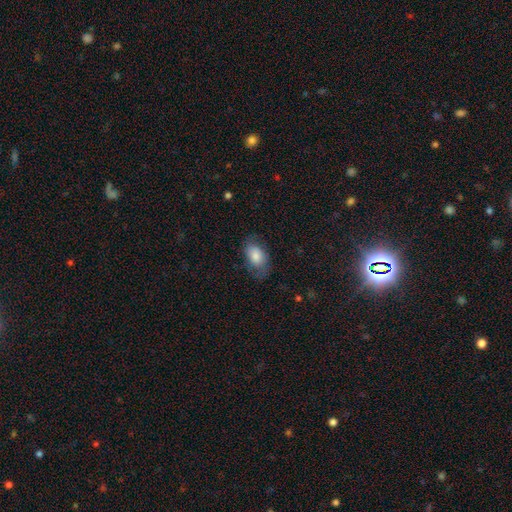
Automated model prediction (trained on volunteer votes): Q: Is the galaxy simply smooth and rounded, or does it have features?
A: smooth — 72%.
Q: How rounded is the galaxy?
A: in between — 90%.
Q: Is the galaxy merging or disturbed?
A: none — 64%.